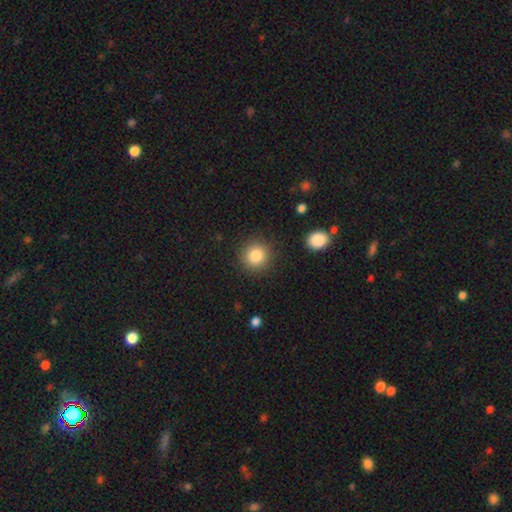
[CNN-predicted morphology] type=smooth (84%); roundness=round (90%); merging=none (87%).